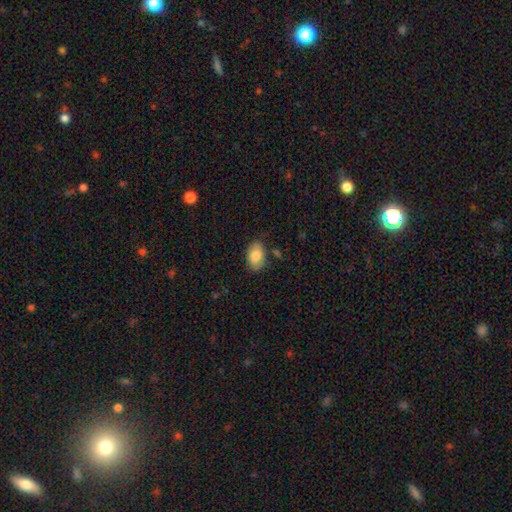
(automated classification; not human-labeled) smooth 81%, featured or disk 12%, star or artifact 7%. Down the decision tree: how rounded — in between (91%); merging — none (76%).